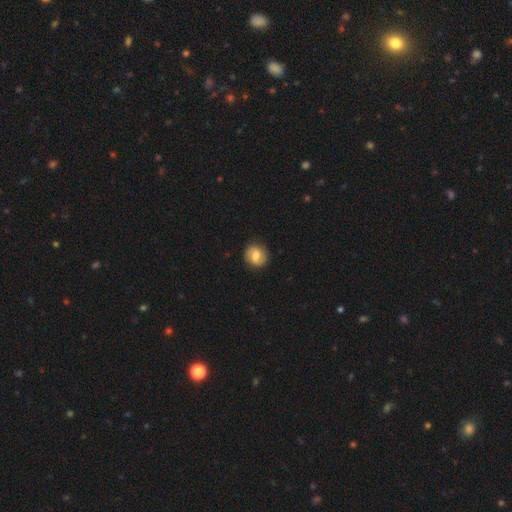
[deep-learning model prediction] Smooth or featured?
  - smooth: 56% *
  - featured or disk: 36%
  - star or artifact: 8%
How rounded?
  - round: 82% *
  - in between: 17%
  - cigar-shaped: 1%
Merging?
  - none: 87% *
  - minor disturbance: 9%
  - major disturbance: 3%
  - merger: 1%